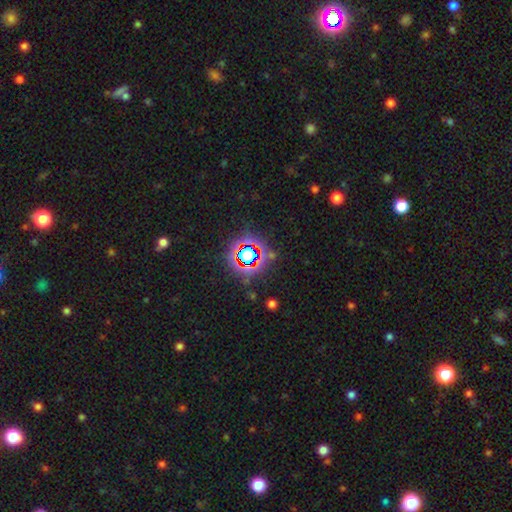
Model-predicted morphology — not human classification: smooth-or-featured: star or artifact: 78% | smooth: 13% | featured or disk: 9%